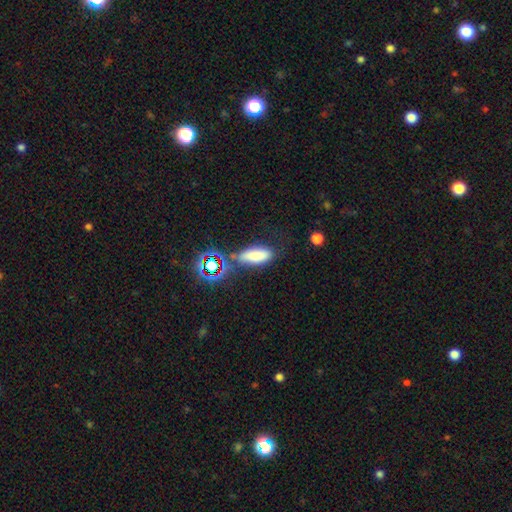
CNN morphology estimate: Smooth or featured? smooth (76%)
How rounded? in between (70%)
Merging? none (63%)